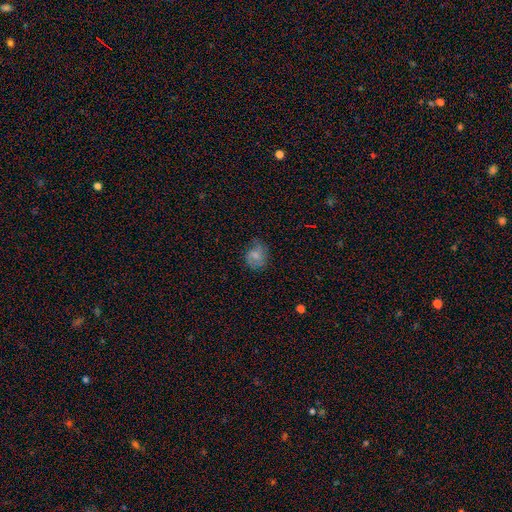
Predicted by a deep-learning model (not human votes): Smooth or featured: smooth — 53% (featured or disk — 37%)
How rounded: round — 60% (in between — 39%)
Merging: none — 54% (minor disturbance — 28%)